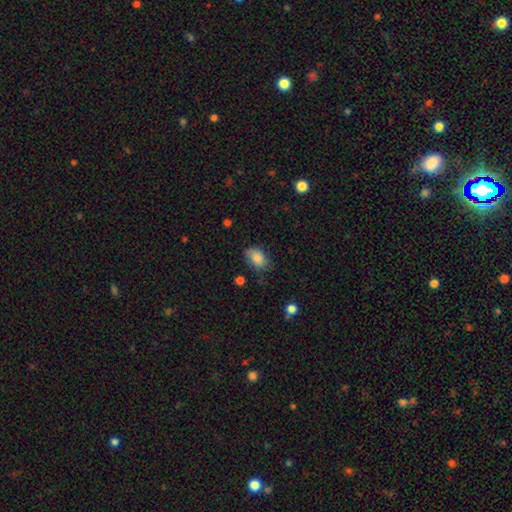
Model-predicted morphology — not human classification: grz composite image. It shows a smooth galaxy with no disk features (78%) that is in between round and cigar-shaped (86%). Merging: none (65%).